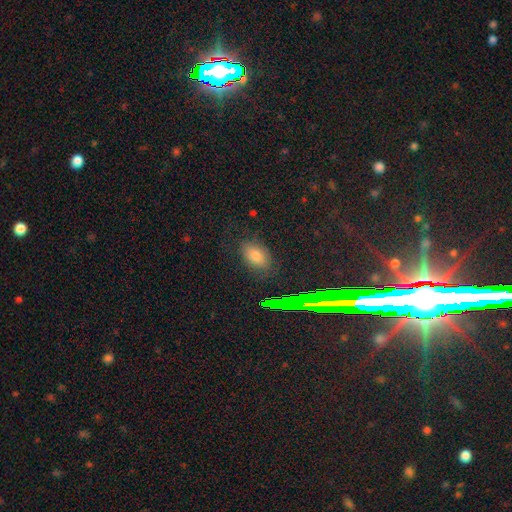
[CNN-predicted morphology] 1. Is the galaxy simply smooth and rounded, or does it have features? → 70% smooth, 21% star or artifact, 9% featured or disk.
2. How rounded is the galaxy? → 87% in between, 11% round, 3% cigar-shaped.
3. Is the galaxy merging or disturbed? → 83% none, 12% minor disturbance, 4% major disturbance, 2% merger.